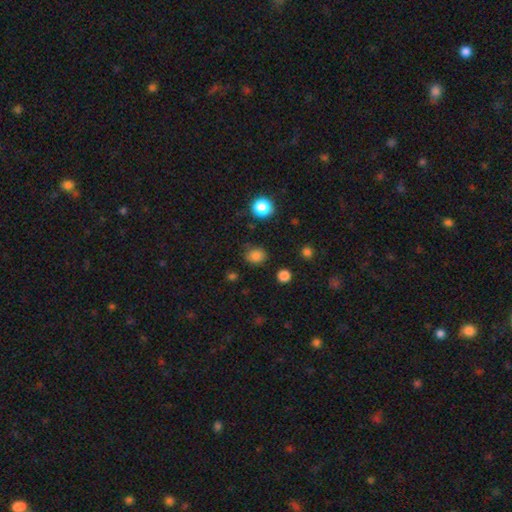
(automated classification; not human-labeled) A smooth galaxy with no disk features (82%) that is round (64%).

Vote fractions:
- Smooth or featured? smooth: 82% / star or artifact: 14% / featured or disk: 4%
- How rounded? round: 64% / in between: 35% / cigar-shaped: 1%
- Merging? none: 82% / minor disturbance: 12% / major disturbance: 4% / merger: 2%